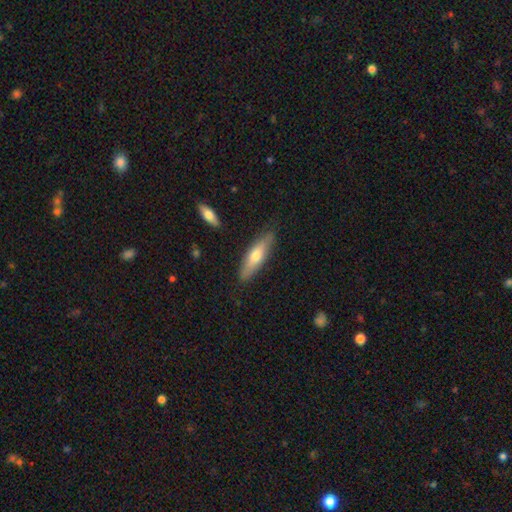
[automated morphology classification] This appears to be a smooth galaxy with no disk features (58%) that is cigar-shaped (64%). Merging: none (82%).